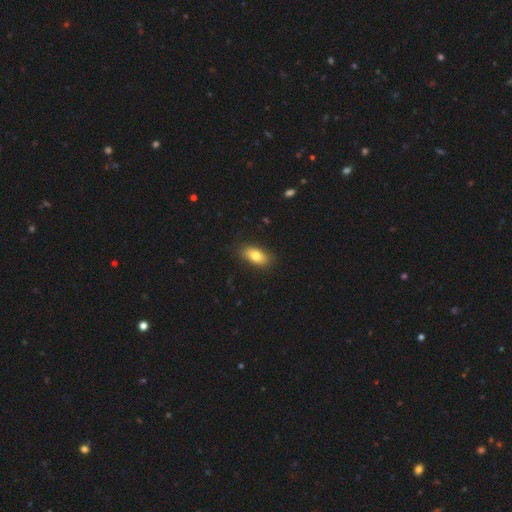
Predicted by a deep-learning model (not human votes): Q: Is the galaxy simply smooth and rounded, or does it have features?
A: smooth — 79%.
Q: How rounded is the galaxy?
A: in between — 87%.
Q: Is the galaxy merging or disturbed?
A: none — 85%.